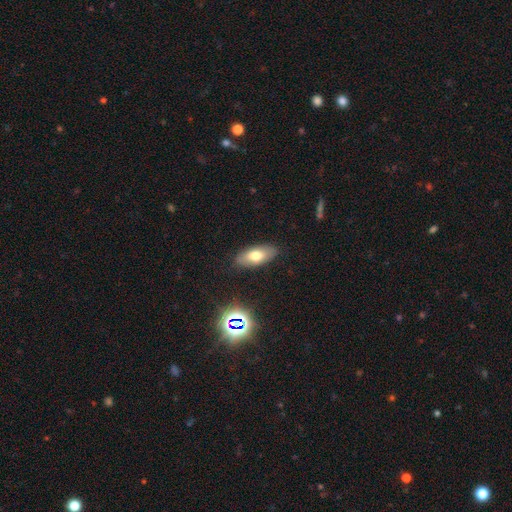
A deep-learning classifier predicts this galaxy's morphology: The model was most divided on "smooth or featured": smooth: 71%, featured or disk: 20%, star or artifact: 9%. More confident: how rounded — in between (86%); merging — none (85%).